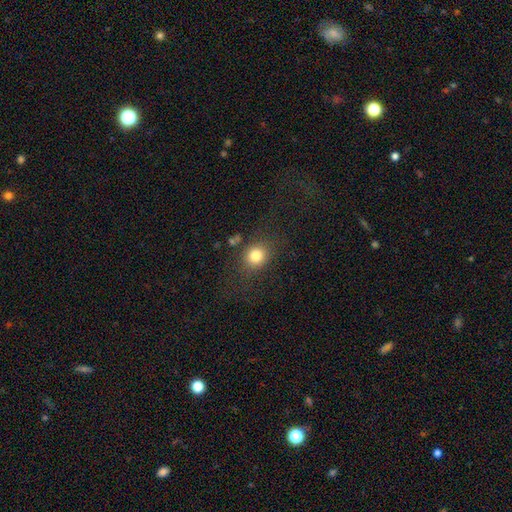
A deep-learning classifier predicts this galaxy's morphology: Overall: smooth (80%). How rounded: round (75%). Merging: none (77%).